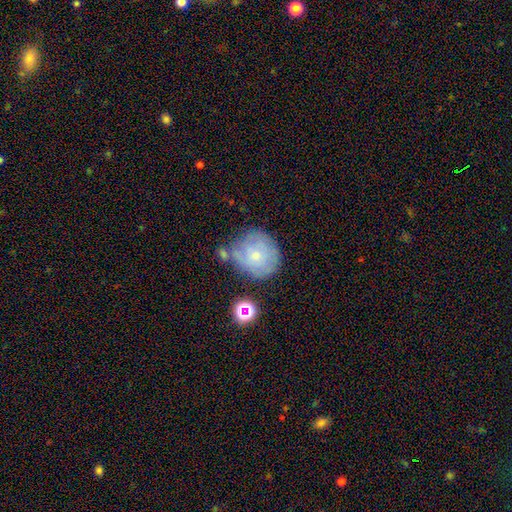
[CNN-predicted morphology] Smooth or featured? smooth (52%)
How rounded? round (88%)
Merging? none (55%)